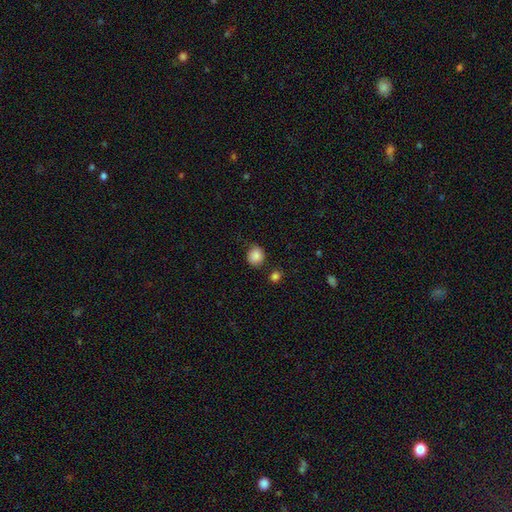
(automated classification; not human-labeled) smooth 87%, star or artifact 9%, featured or disk 4%. Down the decision tree: how rounded — round (81%); merging — none (77%).